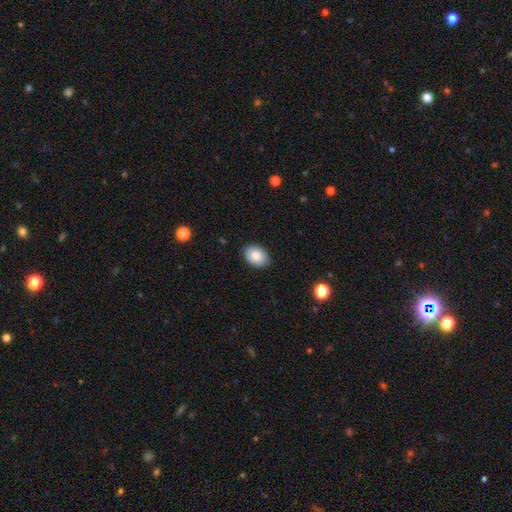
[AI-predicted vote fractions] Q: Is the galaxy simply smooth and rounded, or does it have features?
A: smooth — 84%.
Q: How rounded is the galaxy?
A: in between — 73%.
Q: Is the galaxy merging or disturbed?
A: none — 87%.